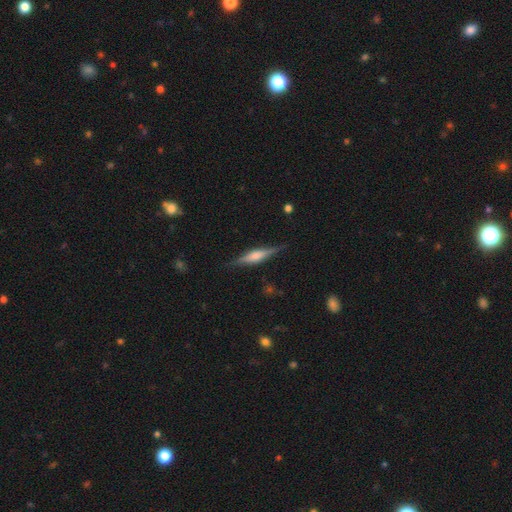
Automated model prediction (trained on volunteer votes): featured or disk 64%, smooth 29%, star or artifact 6%. Down the decision tree: edge-on disk — yes (96%); edge-on bulge — rounded (65%); merging — none (84%).